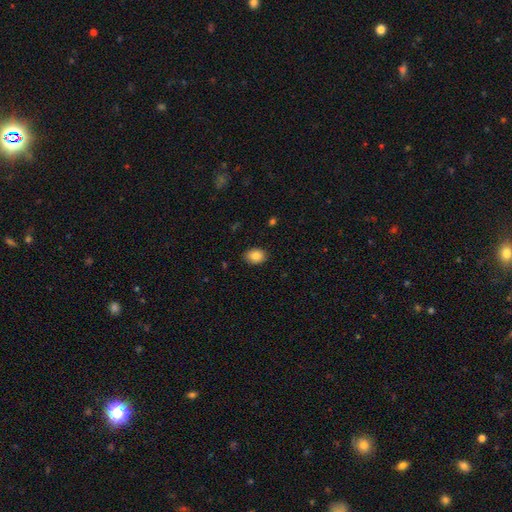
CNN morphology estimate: smooth_or_featured: smooth (p=0.85) [alt: star or artifact p=0.08]
how_rounded: in between (p=0.64) [alt: round p=0.35]
merging: none (p=0.88) [alt: minor disturbance p=0.09]